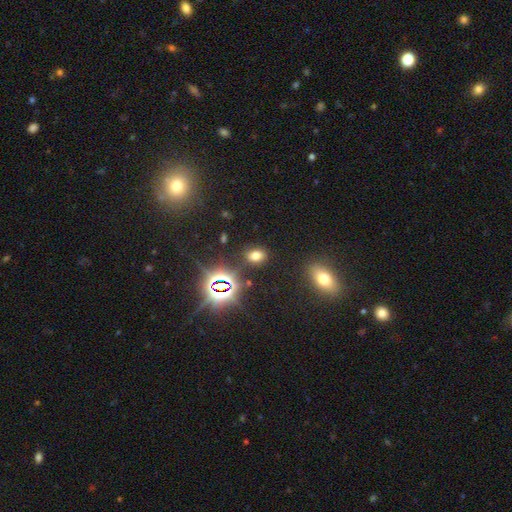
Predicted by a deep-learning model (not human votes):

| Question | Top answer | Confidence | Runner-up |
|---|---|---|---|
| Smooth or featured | smooth | 61% | star or artifact (30%) |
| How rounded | in between | 70% | round (28%) |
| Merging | none | 83% | minor disturbance (10%) |